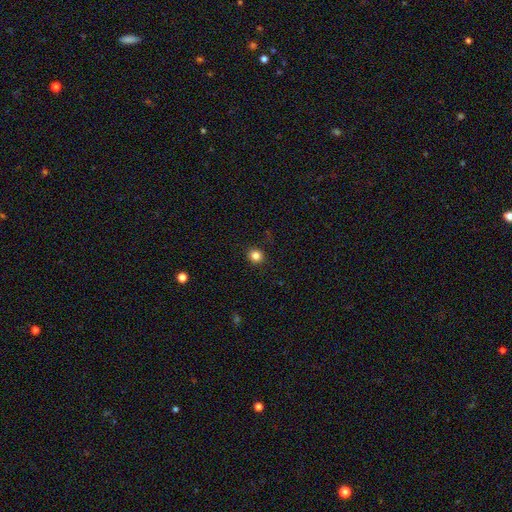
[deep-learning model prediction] smooth-or-featured: smooth: 83% | star or artifact: 12% | featured or disk: 5%
  how-rounded: round: 89% | in between: 10% | cigar-shaped: 1%
  merging: none: 91% | minor disturbance: 6% | major disturbance: 2% | merger: 1%